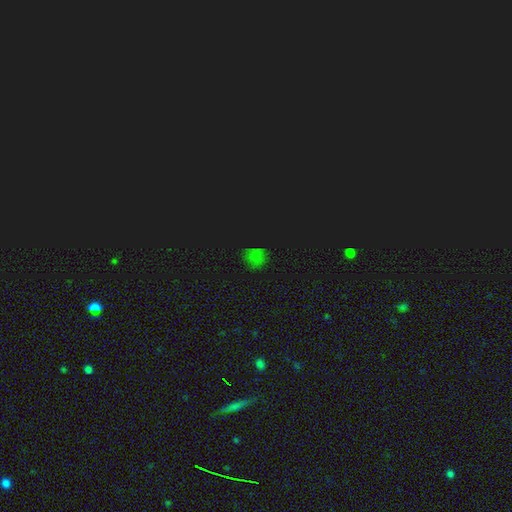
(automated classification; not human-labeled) Smooth or featured? Predicted: star or artifact (p=0.48).